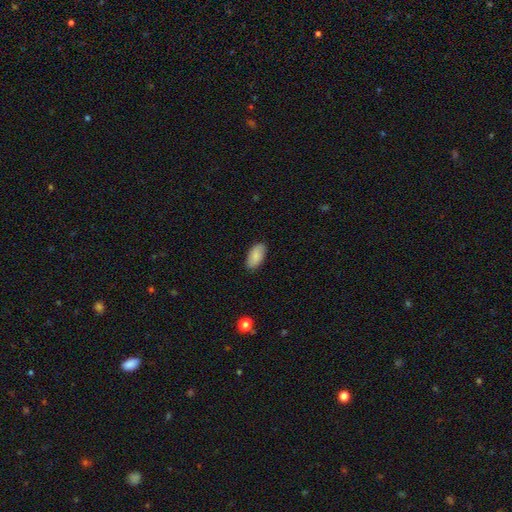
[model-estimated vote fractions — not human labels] Smooth or featured?
  - smooth: 86% *
  - featured or disk: 8%
  - star or artifact: 6%
How rounded?
  - in between: 94% *
  - cigar-shaped: 3%
  - round: 3%
Merging?
  - none: 86% *
  - minor disturbance: 11%
  - major disturbance: 2%
  - merger: 1%